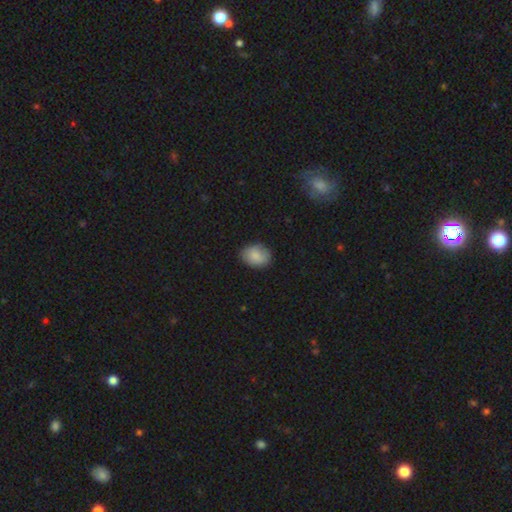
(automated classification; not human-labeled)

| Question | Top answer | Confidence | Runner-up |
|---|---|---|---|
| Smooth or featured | smooth | 86% | star or artifact (7%) |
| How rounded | in between | 62% | round (37%) |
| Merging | none | 82% | minor disturbance (14%) |